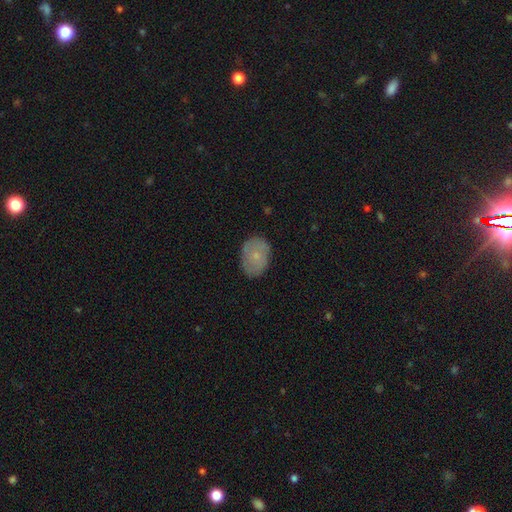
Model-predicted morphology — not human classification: smooth_or_featured: smooth (p=0.66) [alt: featured or disk p=0.26]
how_rounded: in between (p=0.70) [alt: round p=0.29]
merging: none (p=0.81) [alt: minor disturbance p=0.15]